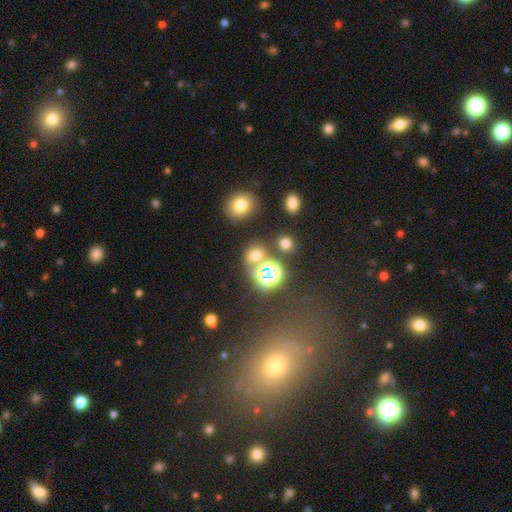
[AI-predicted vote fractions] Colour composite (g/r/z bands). It shows a smooth galaxy with no disk features (56%) that is round (68%). Merging: none (68%).